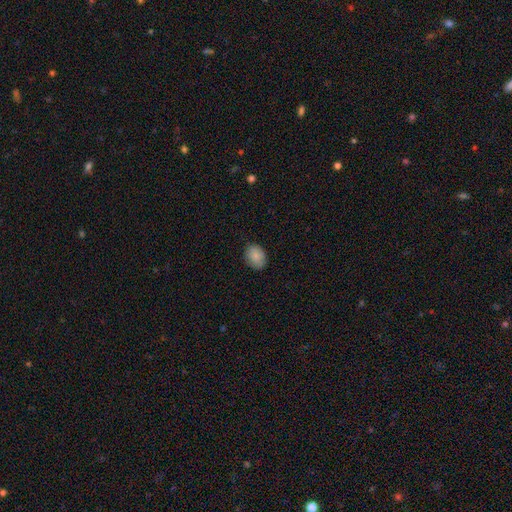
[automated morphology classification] smooth_or_featured: smooth (p=0.86) [alt: star or artifact p=0.07]
how_rounded: in between (p=0.67) [alt: round p=0.32]
merging: none (p=0.84) [alt: minor disturbance p=0.12]